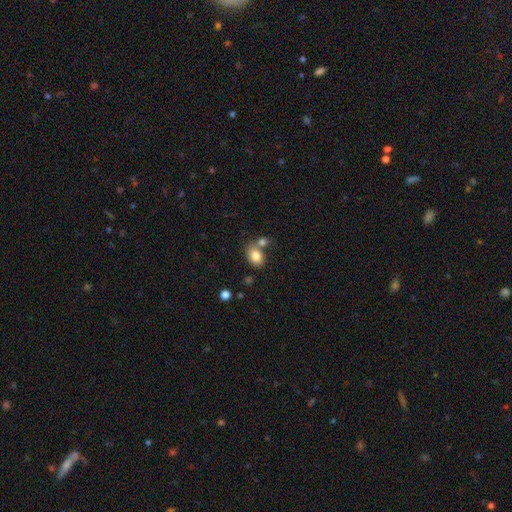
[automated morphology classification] This appears to be a smooth galaxy with no disk features (82%) that is in between round and cigar-shaped (77%). Merging: none (54%).